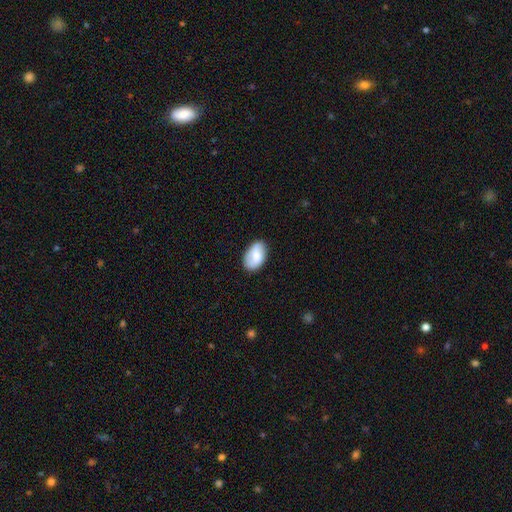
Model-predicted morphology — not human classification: Overall: smooth (71%). How rounded: in between (91%). Merging: none (77%).